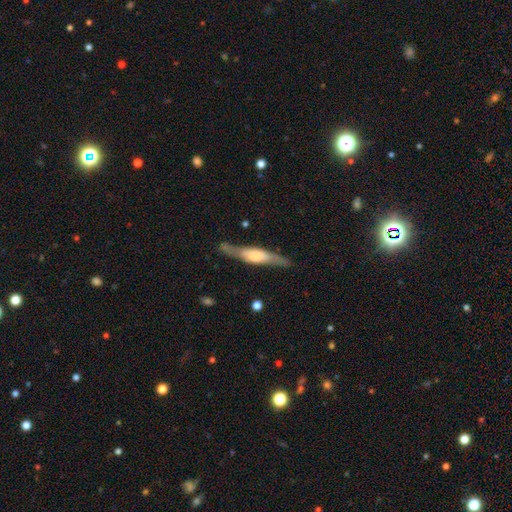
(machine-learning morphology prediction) Q: Smooth or featured?
A: featured or disk (62%); runner-up: smooth (33%)
Q: Edge-on disk?
A: yes (92%); runner-up: no (8%)
Q: Edge-on bulge?
A: rounded (60%); runner-up: boxy (32%)
Q: Merging?
A: none (80%); runner-up: minor disturbance (14%)